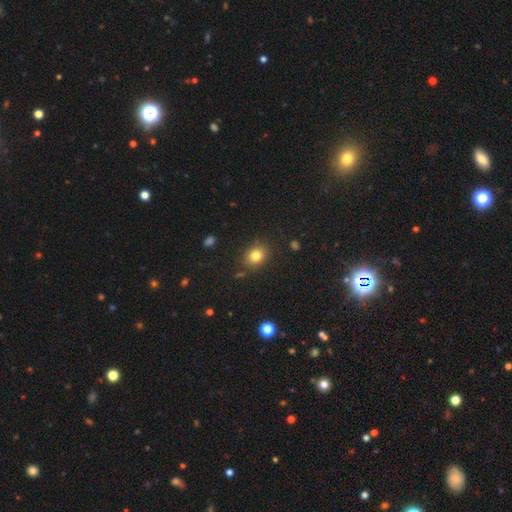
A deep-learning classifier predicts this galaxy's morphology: The model was most divided on "how rounded": round: 53%, in between: 46%, cigar-shaped: 1%. More confident: merging — none (84%); smooth or featured — smooth (80%).